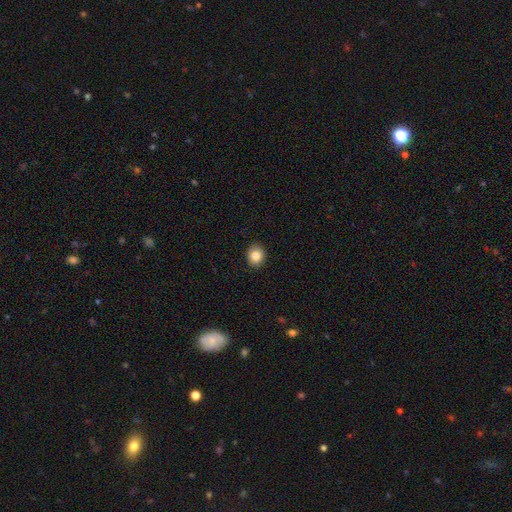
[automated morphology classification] Smooth or featured? smooth (84%)
How rounded? round (67%)
Merging? none (91%)